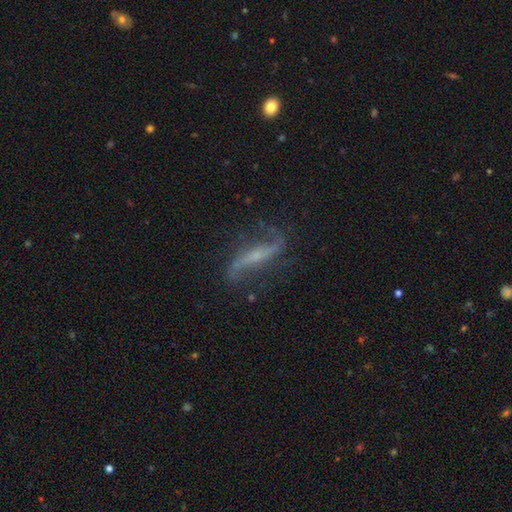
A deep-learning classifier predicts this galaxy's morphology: featured or disk 83%, smooth 10%, star or artifact 7%. Down the decision tree: edge-on disk — no (77%); bar — strong (41%); spiral arms — yes (94%); spiral arm count — 2 (91%); spiral winding — loose (82%); bulge size — small (58%); merging — none (70%).